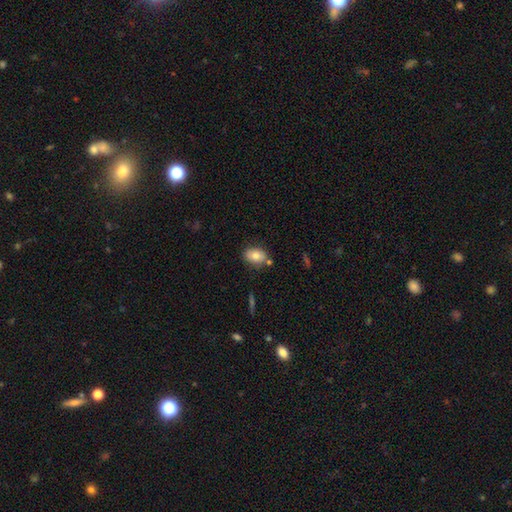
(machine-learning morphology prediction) A smooth galaxy with no disk features (77%) that is in between round and cigar-shaped (79%). Merging: none (73%).